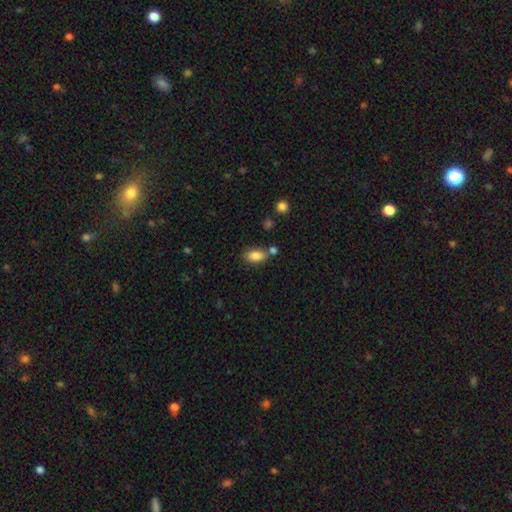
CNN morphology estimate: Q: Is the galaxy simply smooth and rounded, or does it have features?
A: smooth — 86%.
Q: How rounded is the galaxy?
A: in between — 90%.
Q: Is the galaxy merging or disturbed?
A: none — 66%.